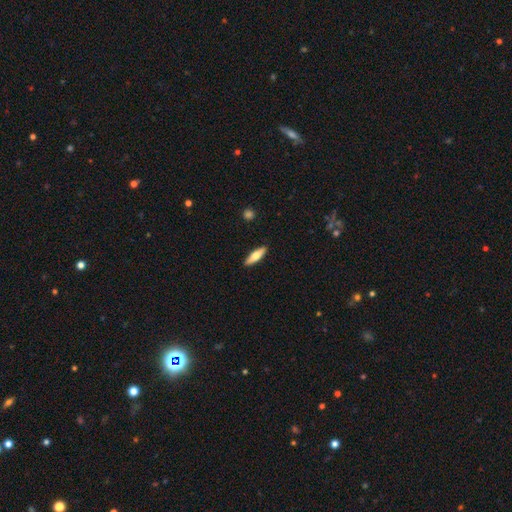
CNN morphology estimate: Overall: smooth (63%; featured or disk 31%). How rounded: cigar-shaped (55%; in between 43%). Merging: none (90%).